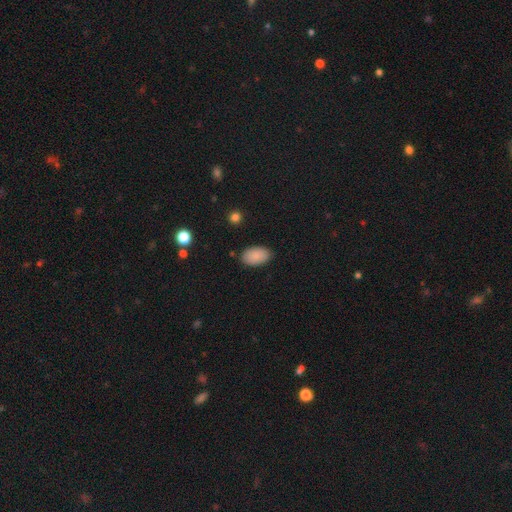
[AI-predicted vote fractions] Overall: smooth (88%). How rounded: in between (93%). Merging: none (86%).